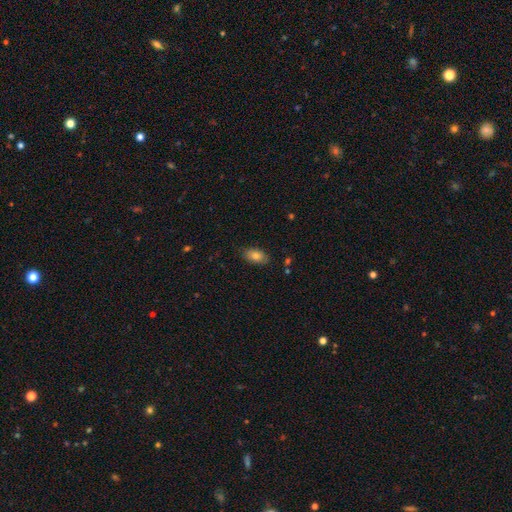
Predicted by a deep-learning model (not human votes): This appears to be a smooth galaxy with no disk features (80%) that is in between round and cigar-shaped (91%). Merging: none (83%).